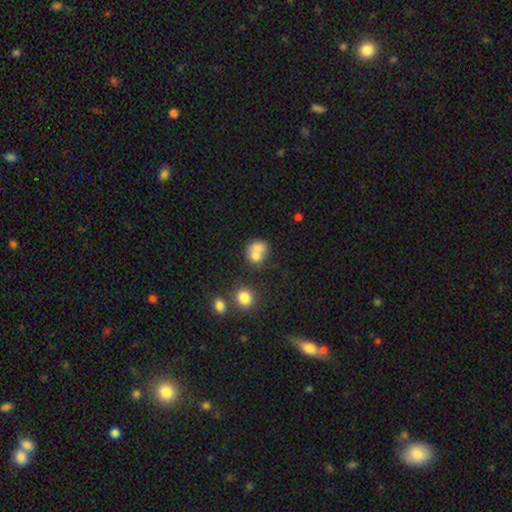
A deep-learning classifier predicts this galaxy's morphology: A smooth galaxy with no disk features (73%) that is round (65%).

Vote fractions:
- Smooth or featured? smooth: 73% / featured or disk: 17% / star or artifact: 11%
- How rounded? round: 65% / in between: 34% / cigar-shaped: 1%
- Merging? merger: 57% / none: 28% / minor disturbance: 10% / major disturbance: 5%